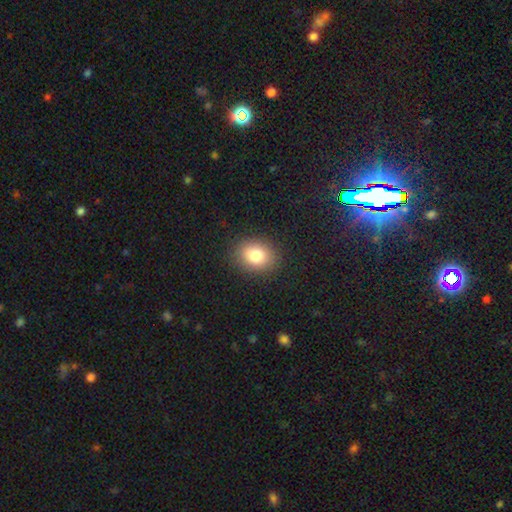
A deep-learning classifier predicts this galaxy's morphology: Q: Smooth or featured?
A: smooth (81%); runner-up: star or artifact (10%)
Q: How rounded?
A: round (52%); runner-up: in between (47%)
Q: Merging?
A: none (88%); runner-up: minor disturbance (8%)